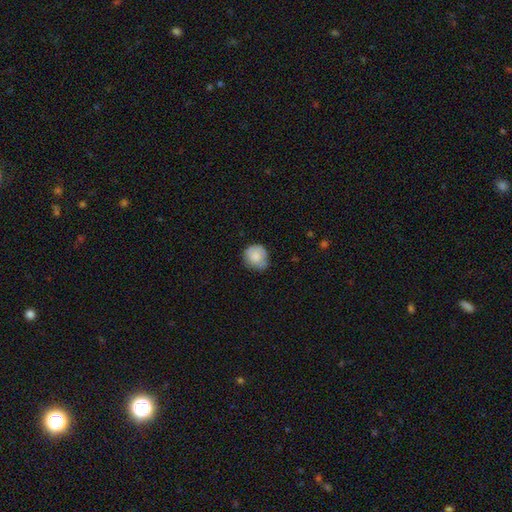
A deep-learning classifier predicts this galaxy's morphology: type=smooth (77%); roundness=round (85%); merging=none (63%).